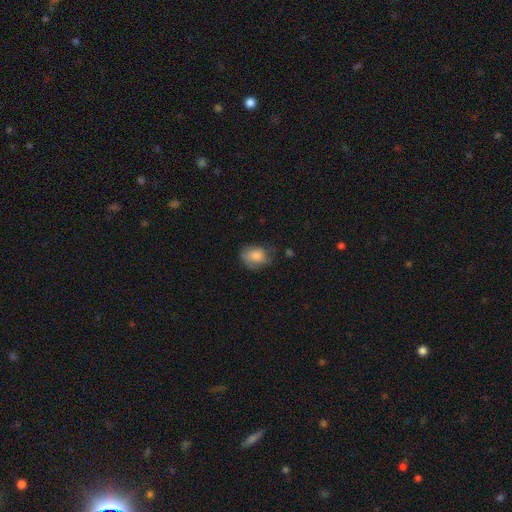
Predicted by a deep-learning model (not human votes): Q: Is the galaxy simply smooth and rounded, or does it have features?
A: smooth — 77%.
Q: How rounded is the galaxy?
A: in between — 60%.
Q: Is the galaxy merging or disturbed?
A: none — 56%.